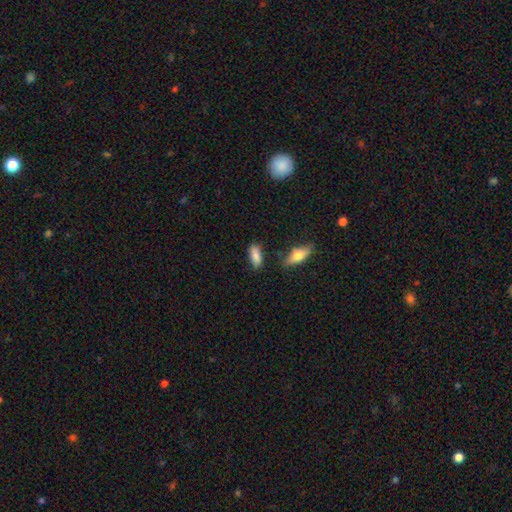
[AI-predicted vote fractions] Smooth or featured: smooth — 85% (featured or disk — 8%)
How rounded: in between — 78% (cigar-shaped — 19%)
Merging: none — 75% (minor disturbance — 16%)